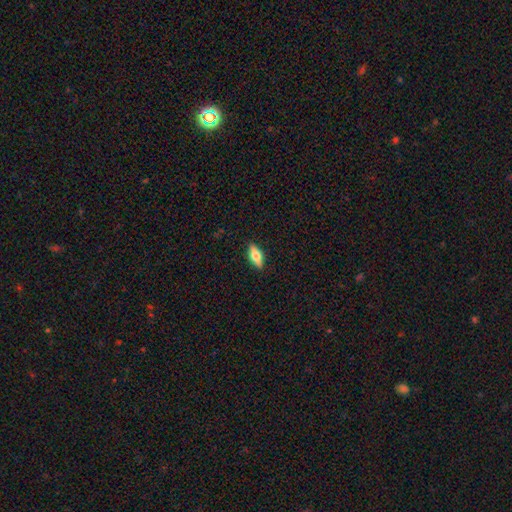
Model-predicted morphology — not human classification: A smooth galaxy with no disk features (63%) that is in between round and cigar-shaped (68%).

Vote fractions:
- Smooth or featured? smooth: 63% / featured or disk: 31% / star or artifact: 6%
- How rounded? in between: 68% / cigar-shaped: 29% / round: 3%
- Merging? none: 89% / minor disturbance: 8% / major disturbance: 2% / merger: 1%